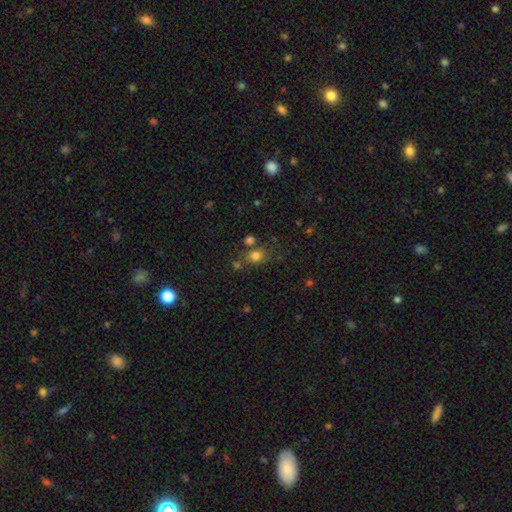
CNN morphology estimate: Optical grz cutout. It shows a smooth galaxy with no disk features (76%) that is round (67%). Merging: none (68%).